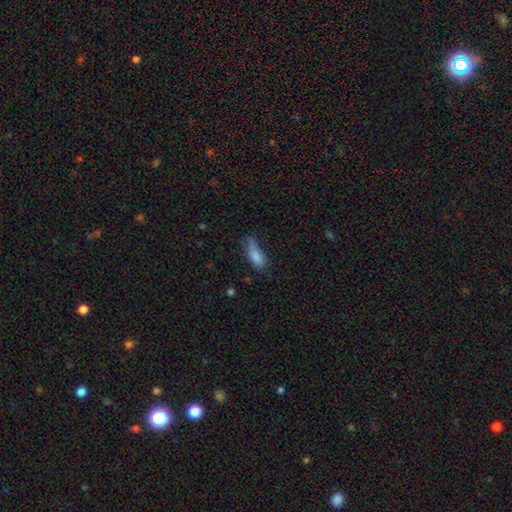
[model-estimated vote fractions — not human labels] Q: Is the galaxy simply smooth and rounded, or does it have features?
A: smooth — 82%.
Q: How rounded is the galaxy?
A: in between — 72%.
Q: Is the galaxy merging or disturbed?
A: minor disturbance — 39%.